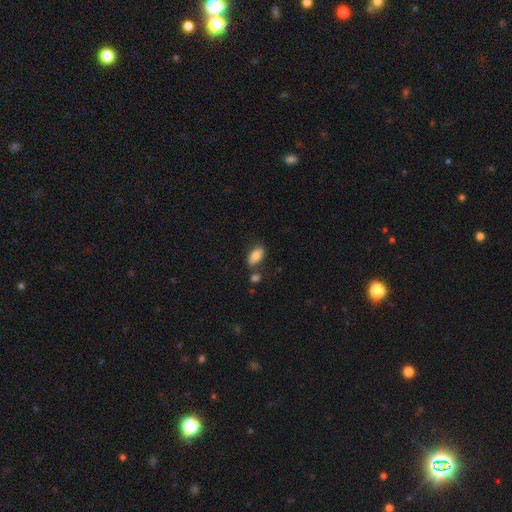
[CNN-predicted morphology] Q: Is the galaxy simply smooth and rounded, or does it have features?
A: smooth — 78%.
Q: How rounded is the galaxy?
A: in between — 91%.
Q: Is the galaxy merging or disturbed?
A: none — 68%.